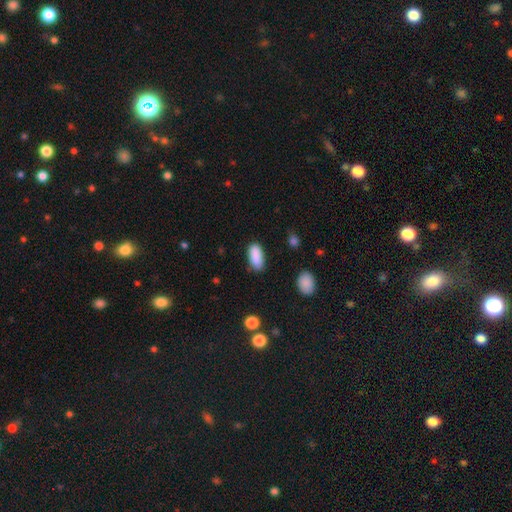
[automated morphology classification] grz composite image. It shows a smooth galaxy with no disk features (89%) that is in between round and cigar-shaped (87%). Merging: none (81%).